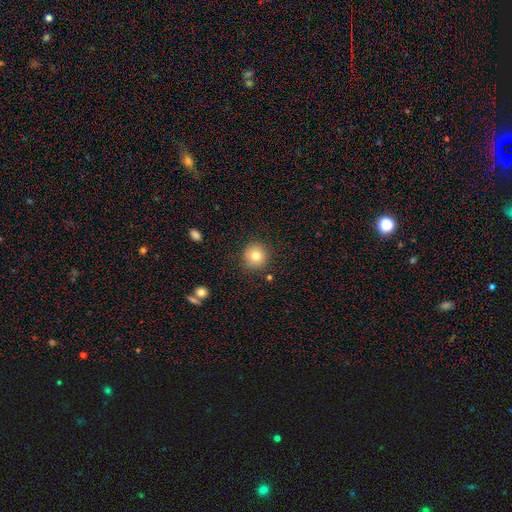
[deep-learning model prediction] Smooth or featured? Predicted: smooth (p=0.80). How rounded? Predicted: round (p=0.94). Merging? Predicted: none (p=0.87).